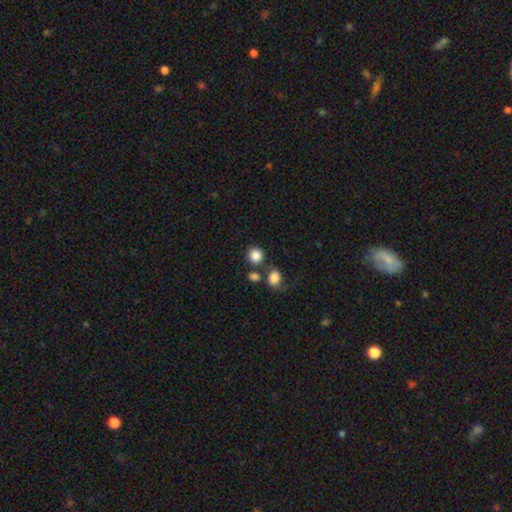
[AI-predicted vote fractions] Smooth or featured: smooth — 85% (star or artifact — 9%)
How rounded: round — 86% (in between — 13%)
Merging: none — 66% (merger — 20%)